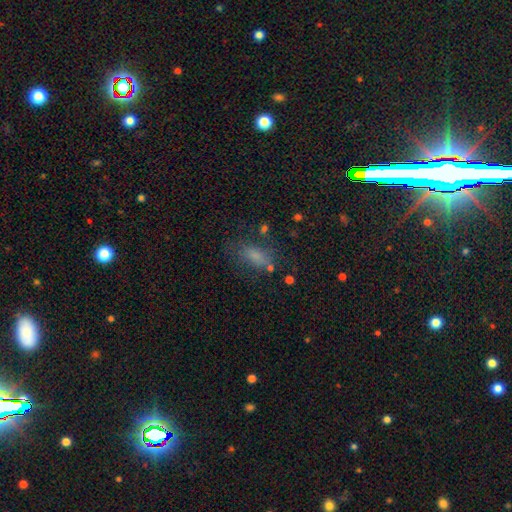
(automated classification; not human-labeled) smooth 73%, star or artifact 15%, featured or disk 12%. Down the decision tree: how rounded — in between (80%); merging — none (58%).